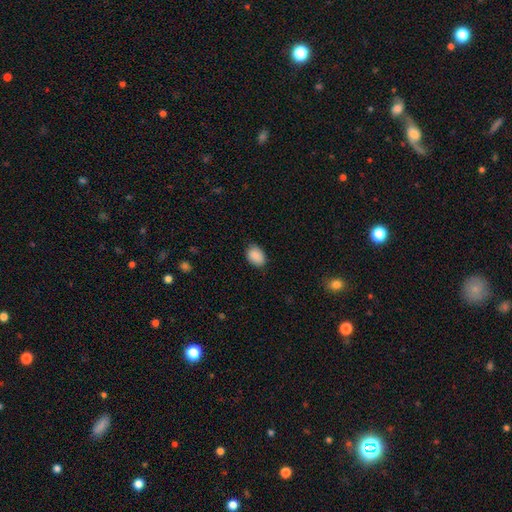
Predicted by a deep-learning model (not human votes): Smooth or featured?
  - smooth: 90% *
  - star or artifact: 7%
  - featured or disk: 3%
How rounded?
  - in between: 79% *
  - round: 20%
  - cigar-shaped: 1%
Merging?
  - none: 80% *
  - minor disturbance: 16%
  - major disturbance: 3%
  - merger: 1%